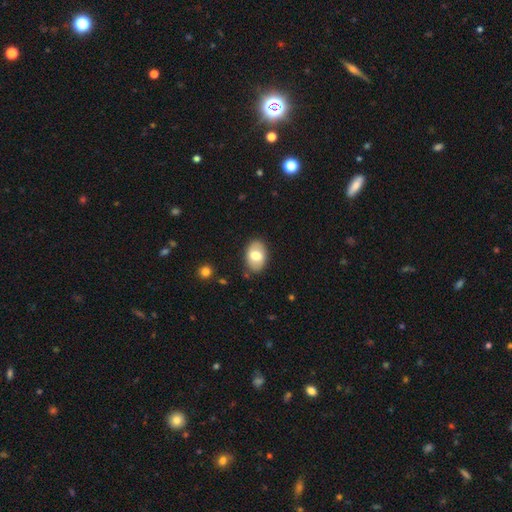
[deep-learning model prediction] A smooth galaxy with no disk features (69%) that is in between round and cigar-shaped (87%). Merging: none (84%).